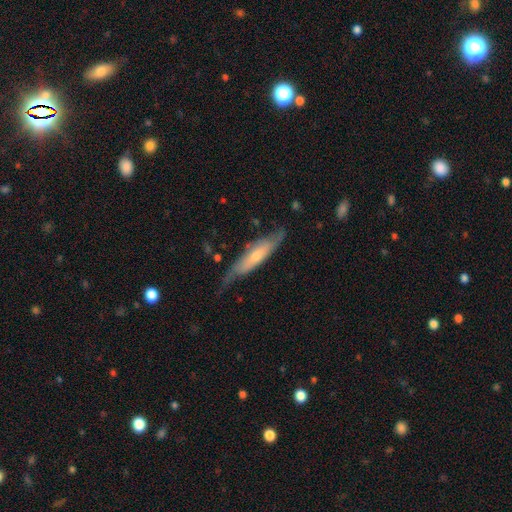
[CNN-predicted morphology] smooth-or-featured: featured or disk: 51% | smooth: 43% | star or artifact: 6%
  disk-edge-on: yes: 58% | no: 42%
  merging: none: 61% | minor disturbance: 27% | major disturbance: 10% | merger: 2%